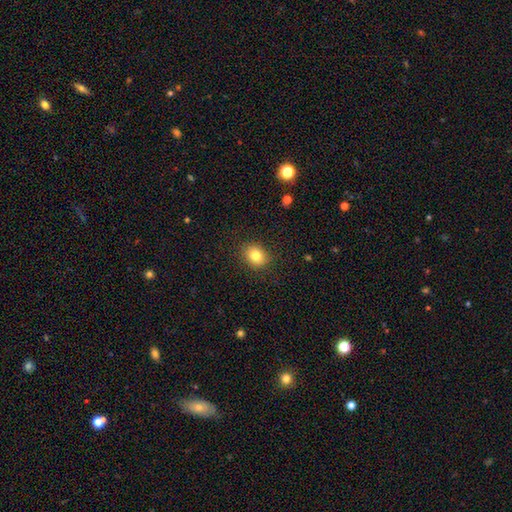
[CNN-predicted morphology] This is clearly a smooth galaxy (81%). How rounded: possibly in between (51%). Merging: clearly none (87%).